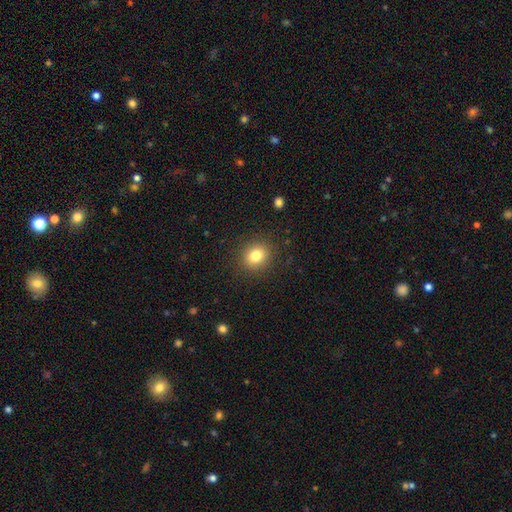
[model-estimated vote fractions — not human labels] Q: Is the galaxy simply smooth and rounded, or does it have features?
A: smooth — 81%.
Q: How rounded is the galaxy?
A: round — 71%.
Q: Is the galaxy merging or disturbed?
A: none — 89%.